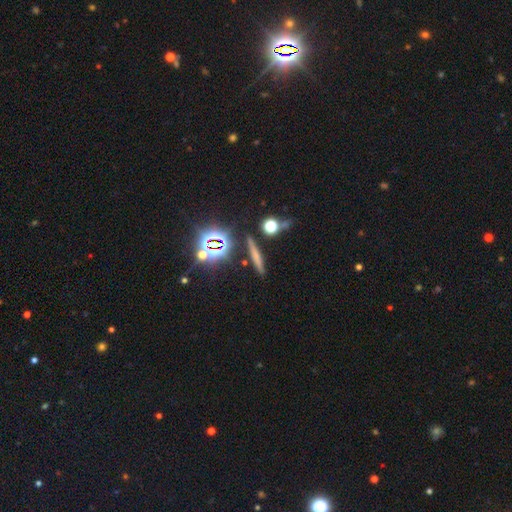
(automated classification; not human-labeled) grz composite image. It shows a smooth galaxy with no disk features (50%). Merging: none (84%).